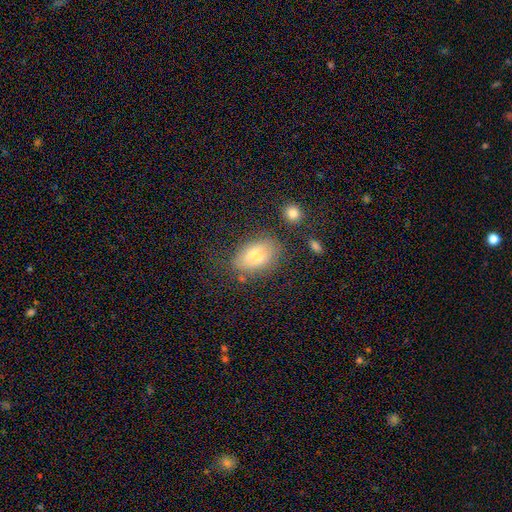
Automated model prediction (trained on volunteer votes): Morphology: type=smooth (75%); roundness=in between (87%); merging=none (66%).